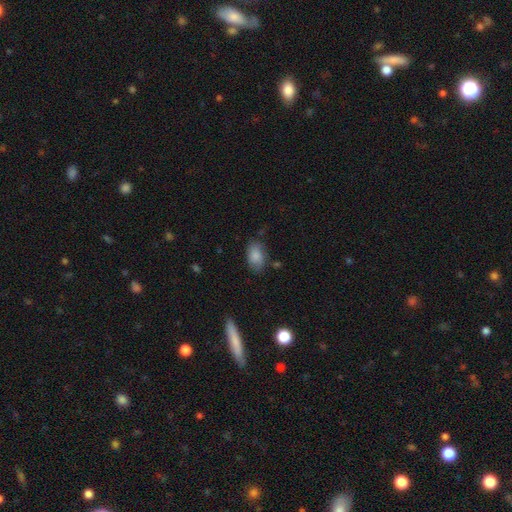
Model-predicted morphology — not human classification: Smooth or featured? Predicted: smooth (p=0.85). How rounded? Predicted: in between (p=0.90). Merging? Predicted: none (p=0.73).